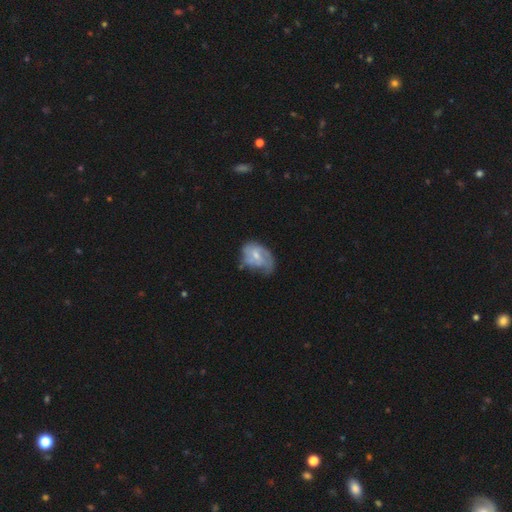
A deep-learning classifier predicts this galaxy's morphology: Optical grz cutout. It shows a featured or disk galaxy (60%) with no bar (48%), spiral arms (69%) and a small central bulge (54%). Merging: none (35%).